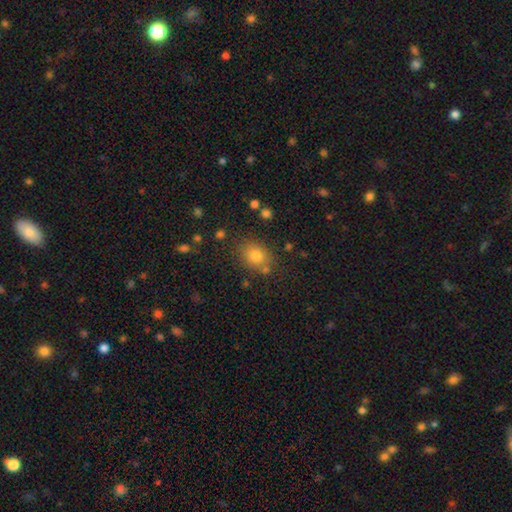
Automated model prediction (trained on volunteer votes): Smooth or featured? Predicted: smooth (p=0.78). How rounded? Predicted: round (p=0.52). Merging? Predicted: none (p=0.76).